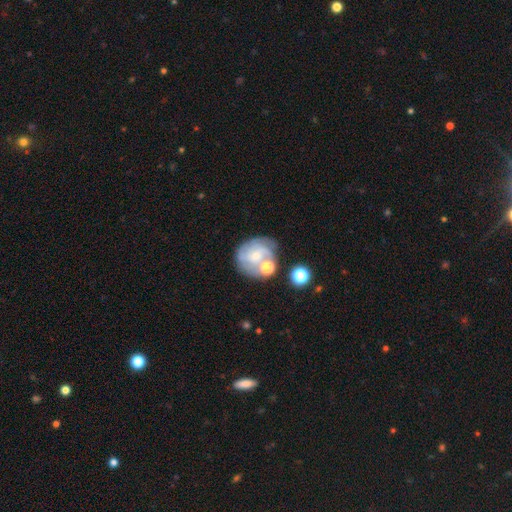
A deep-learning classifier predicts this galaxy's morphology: Smooth or featured: featured or disk — 57% (smooth — 33%)
Edge-on disk: no — 97% (yes — 3%)
Bar: no — 69% (weak — 26%)
Spiral arms: yes — 73% (no — 27%)
Bulge size: small — 55% (moderate — 31%)
Merging: none — 50% (merger — 20%)